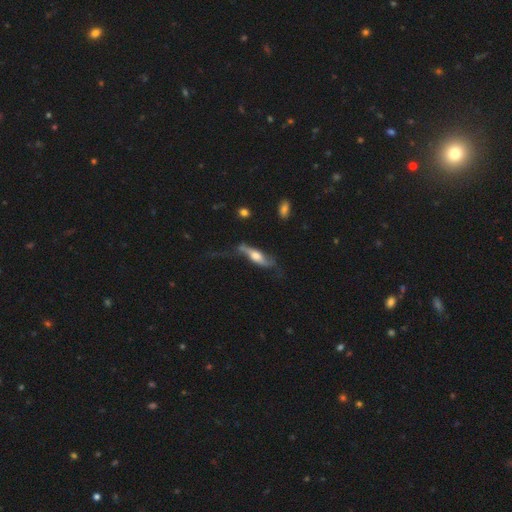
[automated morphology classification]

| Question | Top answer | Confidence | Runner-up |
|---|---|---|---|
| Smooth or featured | featured or disk | 58% | smooth (36%) |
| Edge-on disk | yes | 50% | tied: no (50%) |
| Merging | none | 36% | major disturbance (33%) |